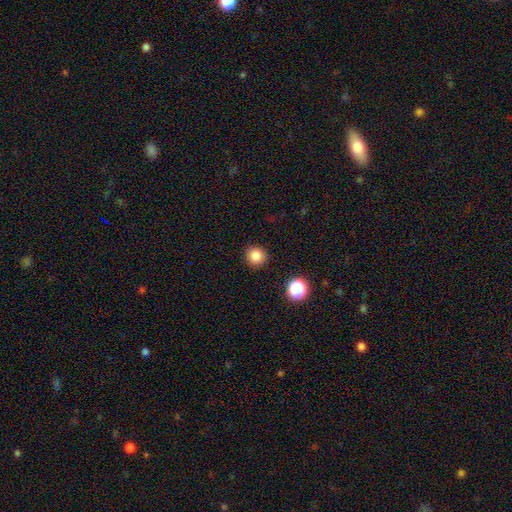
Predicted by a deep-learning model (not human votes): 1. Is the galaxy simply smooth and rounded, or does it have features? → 84% smooth, 12% star or artifact, 4% featured or disk.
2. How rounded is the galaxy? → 92% round, 7% in between, 1% cigar-shaped.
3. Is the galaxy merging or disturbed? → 90% none, 6% minor disturbance, 2% major disturbance, 1% merger.